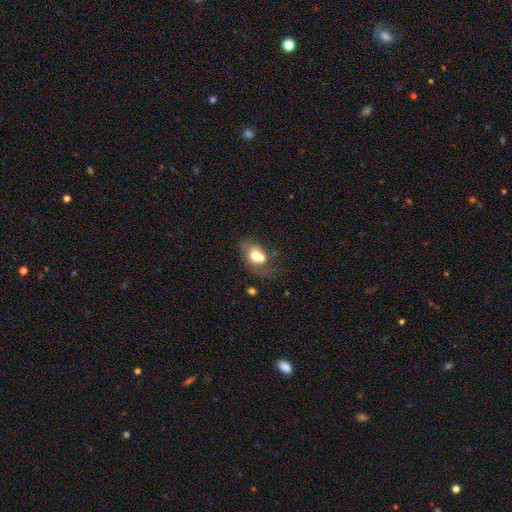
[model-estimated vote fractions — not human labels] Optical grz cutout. It shows a smooth galaxy with no disk features (65%) that is in between round and cigar-shaped (66%). Merging: merger (41%).